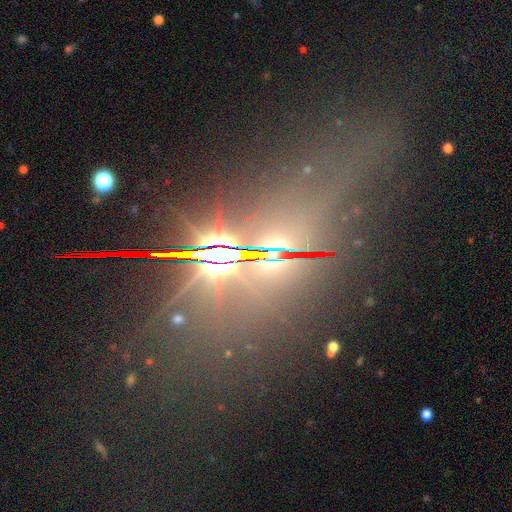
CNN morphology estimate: This is possibly a star or artifact rather than a galaxy (60%).